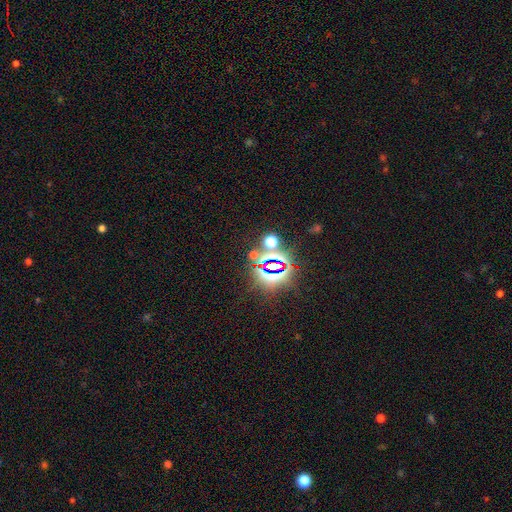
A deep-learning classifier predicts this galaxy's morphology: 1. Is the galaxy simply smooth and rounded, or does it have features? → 79% star or artifact, 13% smooth, 8% featured or disk.